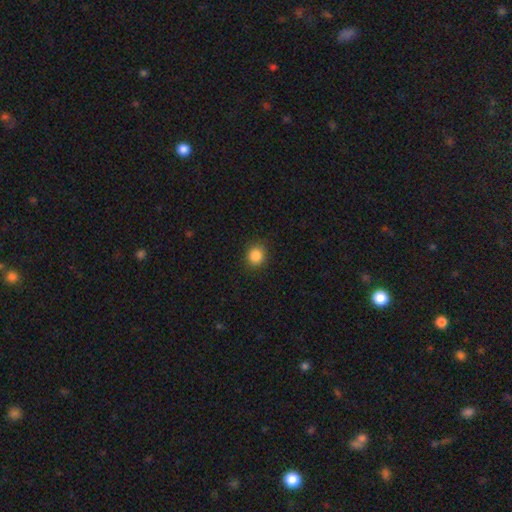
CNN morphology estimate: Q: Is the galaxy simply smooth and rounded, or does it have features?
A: smooth — 86%.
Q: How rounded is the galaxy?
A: round — 82%.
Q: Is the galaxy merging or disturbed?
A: none — 89%.